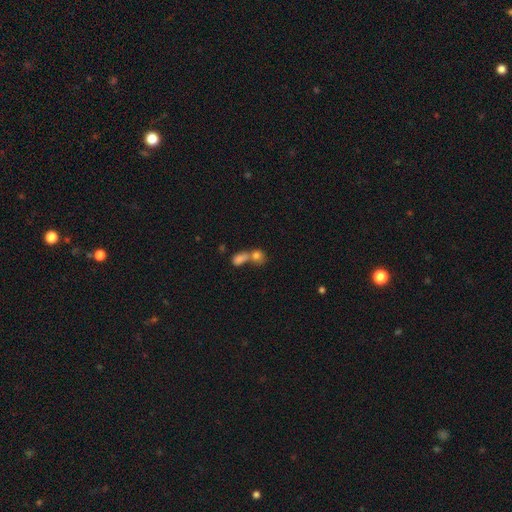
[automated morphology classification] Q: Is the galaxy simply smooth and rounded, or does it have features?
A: smooth — 78%.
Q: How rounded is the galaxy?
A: round — 52%.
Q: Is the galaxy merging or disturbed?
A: merger — 61%.